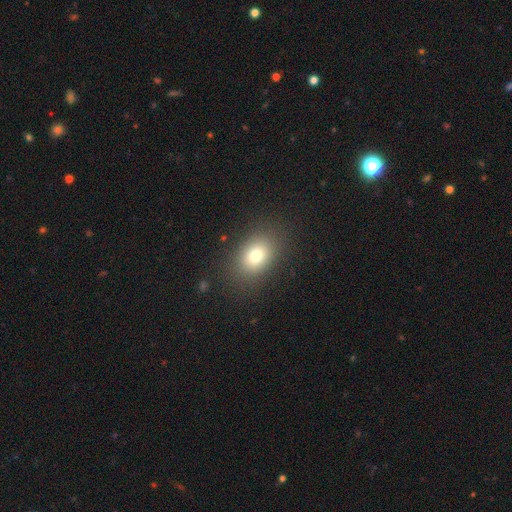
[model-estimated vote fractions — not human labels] A smooth galaxy with no disk features (76%) that is in between round and cigar-shaped (68%).

Vote fractions:
- Smooth or featured? smooth: 76% / star or artifact: 13% / featured or disk: 12%
- How rounded? in between: 68% / round: 31% / cigar-shaped: 1%
- Merging? none: 85% / minor disturbance: 10% / major disturbance: 5% / merger: 1%